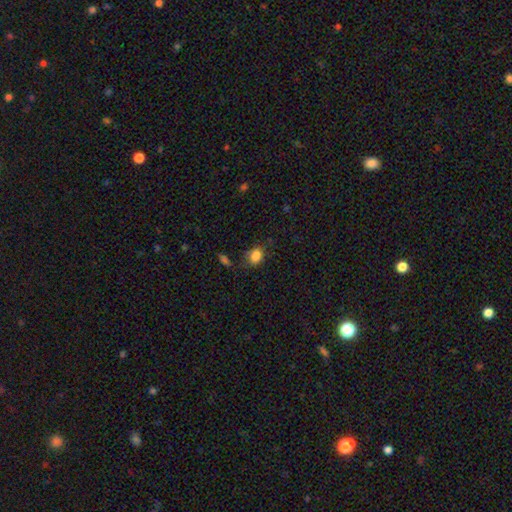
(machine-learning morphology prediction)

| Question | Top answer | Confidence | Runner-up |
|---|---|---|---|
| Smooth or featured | smooth | 85% | star or artifact (10%) |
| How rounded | in between | 59% | round (39%) |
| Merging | none | 68% | minor disturbance (21%) |